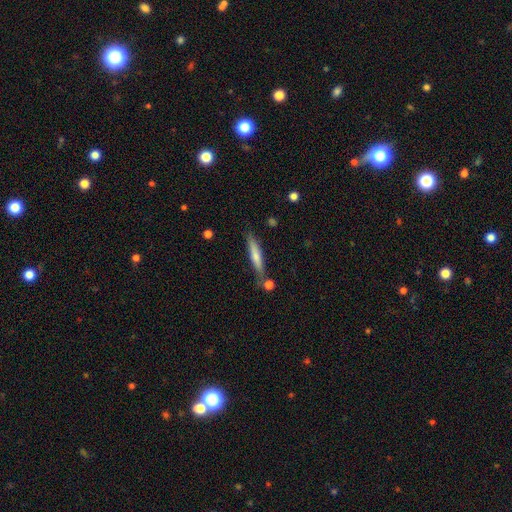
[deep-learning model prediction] A smooth galaxy with no disk features (62%) that is cigar-shaped (91%).

Vote fractions:
- Smooth or featured? smooth: 62% / featured or disk: 32% / star or artifact: 6%
- How rounded? cigar-shaped: 91% / in between: 8% / round: 1%
- Merging? none: 76% / minor disturbance: 14% / merger: 7% / major disturbance: 3%